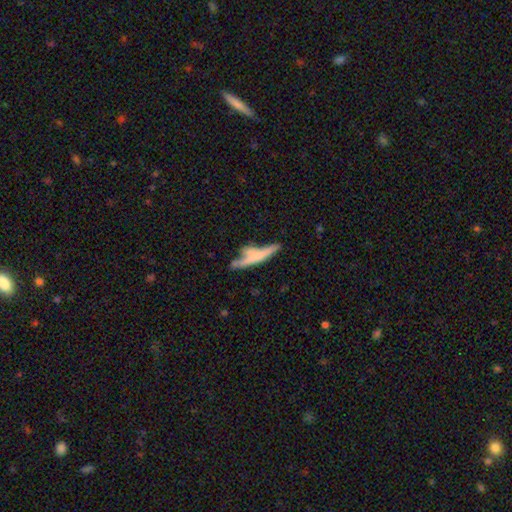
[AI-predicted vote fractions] Q: Smooth or featured?
A: smooth (52%); runner-up: featured or disk (40%)
Q: How rounded?
A: cigar-shaped (88%); runner-up: in between (10%)
Q: Merging?
A: none (44%); runner-up: merger (30%)